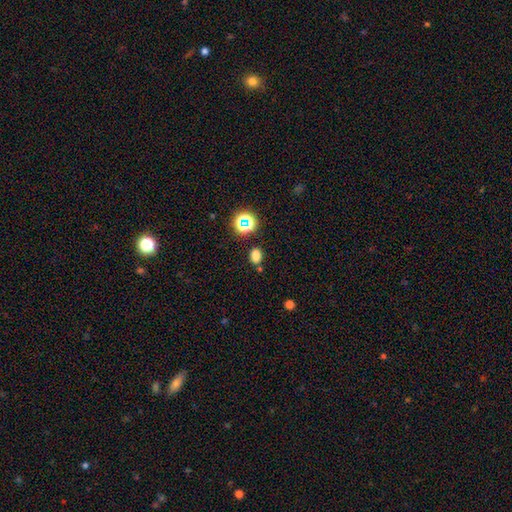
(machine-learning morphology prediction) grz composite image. It shows a smooth galaxy with no disk features (76%) that is in between round and cigar-shaped (69%). Merging: none (78%).